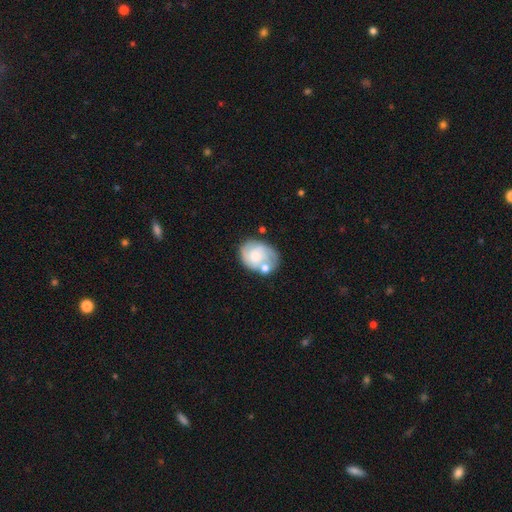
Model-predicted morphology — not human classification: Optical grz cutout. It shows a featured or disk galaxy (48%). Merging: none (45%).